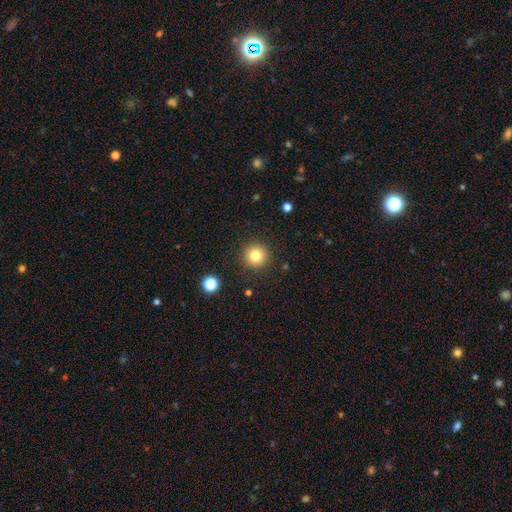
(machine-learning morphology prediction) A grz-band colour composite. It shows a smooth galaxy with no disk features (80%) that is round (95%). Merging: none (91%).